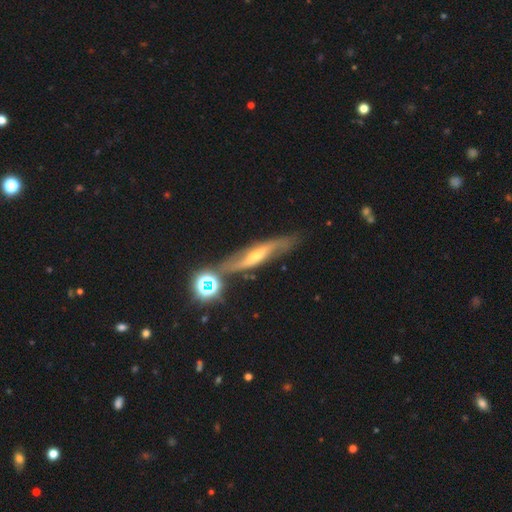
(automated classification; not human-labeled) This appears to be a featured or disk galaxy (68%) viewed edge-on (50%, tied with no). Merging: none (69%).